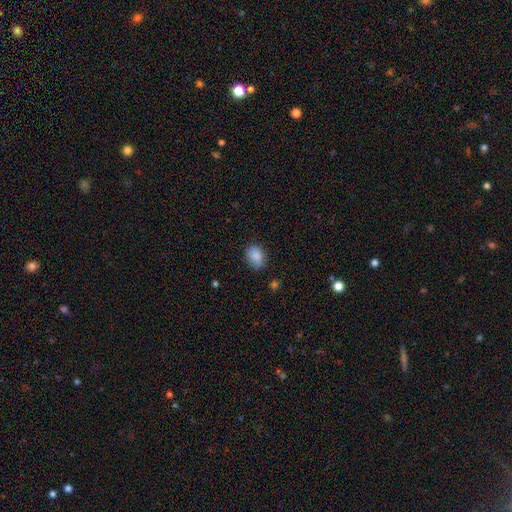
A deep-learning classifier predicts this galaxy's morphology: Smooth or featured? Predicted: smooth (p=0.87). How rounded? Predicted: in between (p=0.60). Merging? Predicted: none (p=0.81).